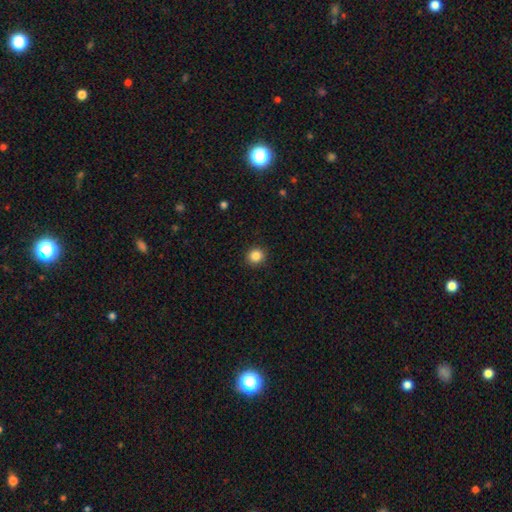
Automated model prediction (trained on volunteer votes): smooth_or_featured: smooth (p=0.86) [alt: star or artifact p=0.10]
how_rounded: round (p=0.87) [alt: in between p=0.12]
merging: none (p=0.92) [alt: minor disturbance p=0.05]